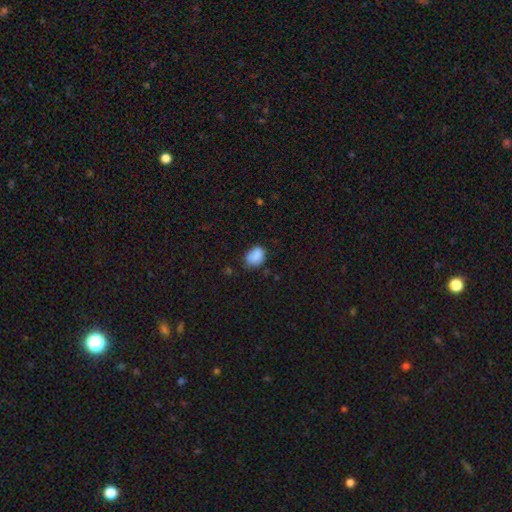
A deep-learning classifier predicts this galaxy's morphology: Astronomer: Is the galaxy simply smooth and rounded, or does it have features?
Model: smooth — 84%.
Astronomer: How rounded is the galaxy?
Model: in between — 65%.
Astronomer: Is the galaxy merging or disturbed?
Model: none — 59%.